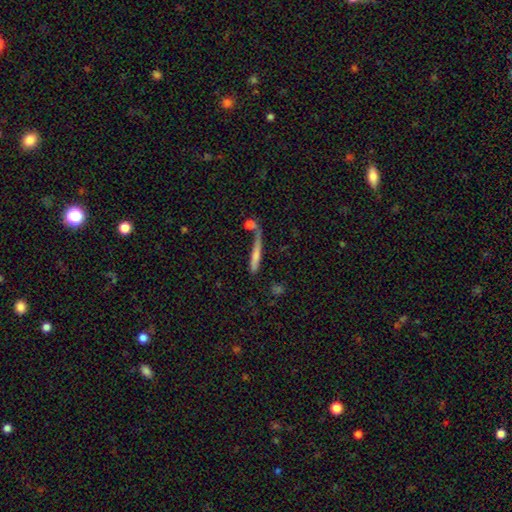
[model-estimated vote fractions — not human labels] Smooth or featured?
  - smooth: 61% *
  - featured or disk: 30%
  - star or artifact: 9%
How rounded?
  - cigar-shaped: 87% *
  - in between: 10%
  - round: 3%
Merging?
  - none: 42% *
  - merger: 35%
  - minor disturbance: 13%
  - major disturbance: 11%